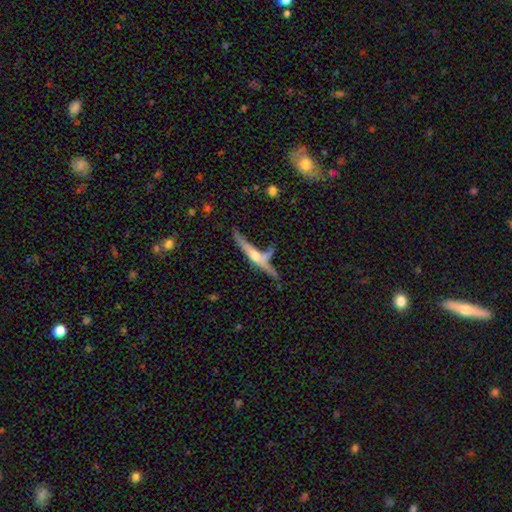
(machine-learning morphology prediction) type=featured or disk (61%); edge-on=yes (90%); edge-on bulge=rounded (77%); merging=none (52%).